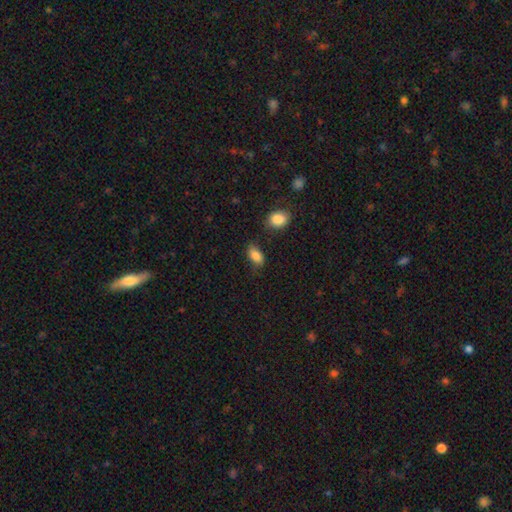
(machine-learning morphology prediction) smooth-or-featured: smooth: 84% | star or artifact: 8% | featured or disk: 7%
  how-rounded: in between: 89% | round: 8% | cigar-shaped: 3%
  merging: none: 72% | minor disturbance: 18% | major disturbance: 5% | merger: 4%